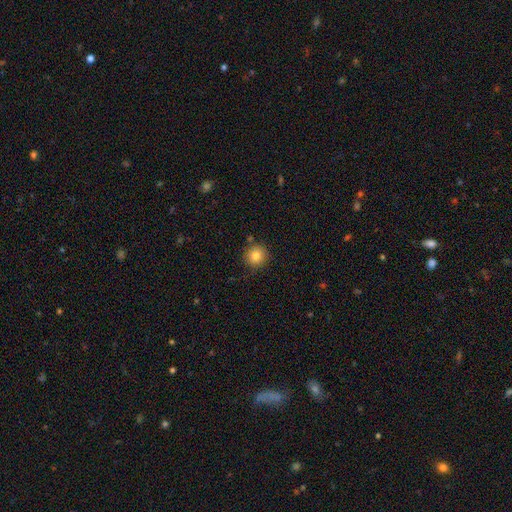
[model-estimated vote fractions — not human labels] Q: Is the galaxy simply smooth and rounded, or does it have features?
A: smooth — 82%.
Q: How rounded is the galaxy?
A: round — 93%.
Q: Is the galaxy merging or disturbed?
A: none — 84%.